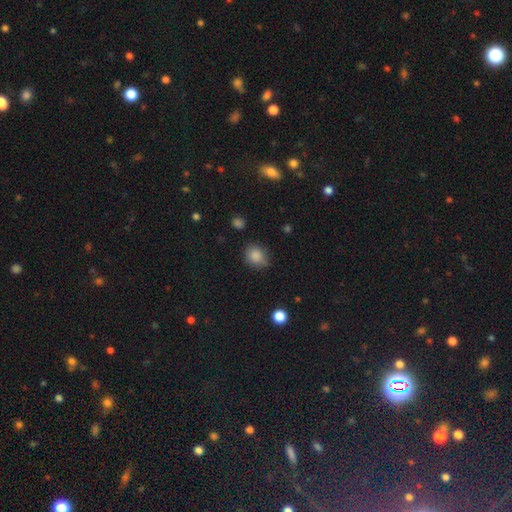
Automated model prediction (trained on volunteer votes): Smooth or featured?
  - smooth: 85% *
  - star or artifact: 10%
  - featured or disk: 5%
How rounded?
  - round: 63% *
  - in between: 36%
  - cigar-shaped: 1%
Merging?
  - none: 66% *
  - minor disturbance: 26%
  - major disturbance: 5%
  - merger: 2%